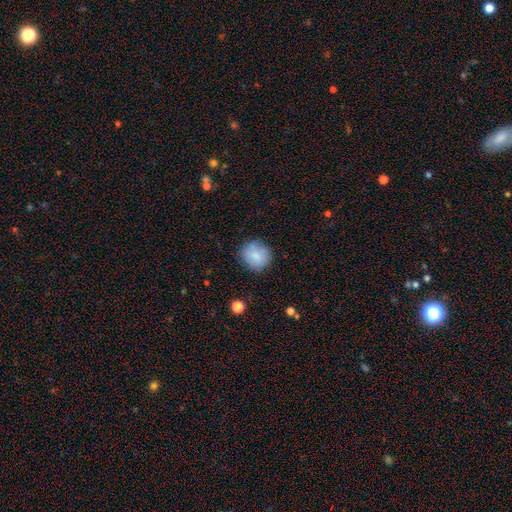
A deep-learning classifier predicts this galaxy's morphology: Smooth or featured? smooth (81%)
How rounded? round (82%)
Merging? none (77%)